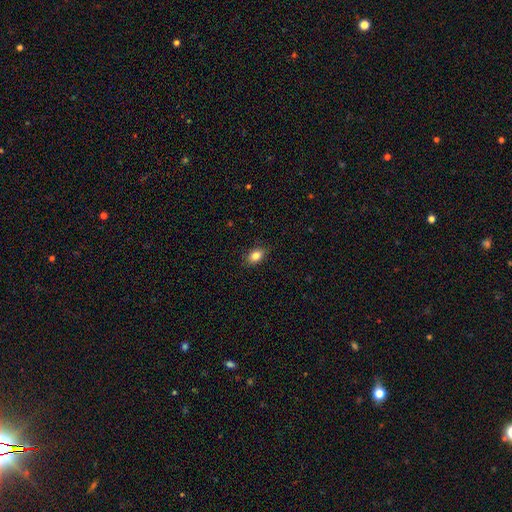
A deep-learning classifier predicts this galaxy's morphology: Smooth or featured? Predicted: smooth (p=0.84). How rounded? Predicted: in between (p=0.79). Merging? Predicted: none (p=0.85).